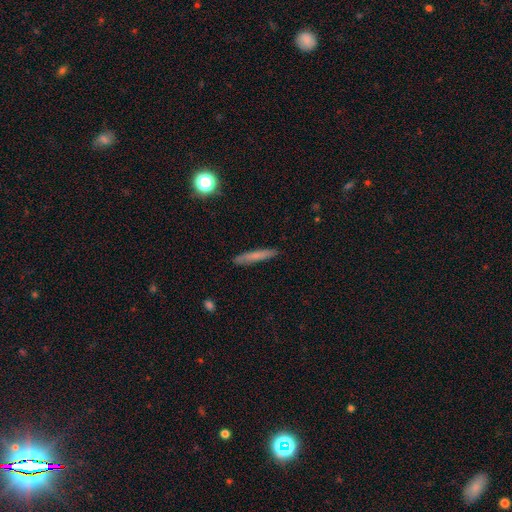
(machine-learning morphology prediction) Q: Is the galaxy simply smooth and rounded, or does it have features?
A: smooth — 67%.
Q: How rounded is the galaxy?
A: cigar-shaped — 93%.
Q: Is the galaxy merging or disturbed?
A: none — 87%.